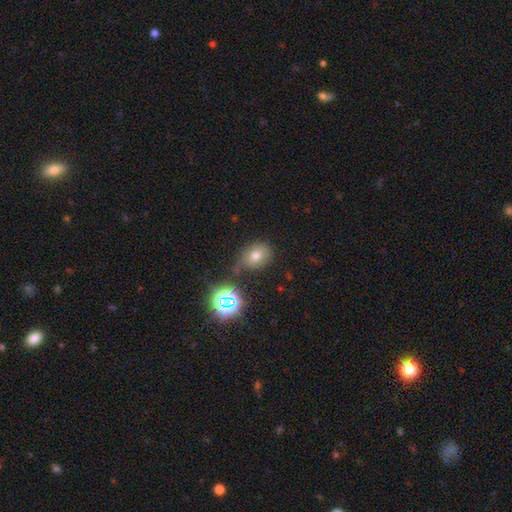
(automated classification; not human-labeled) The model was most divided on "how rounded": in between: 52%, round: 47%, cigar-shaped: 1%. More confident: smooth or featured — smooth (65%); merging — none (63%).